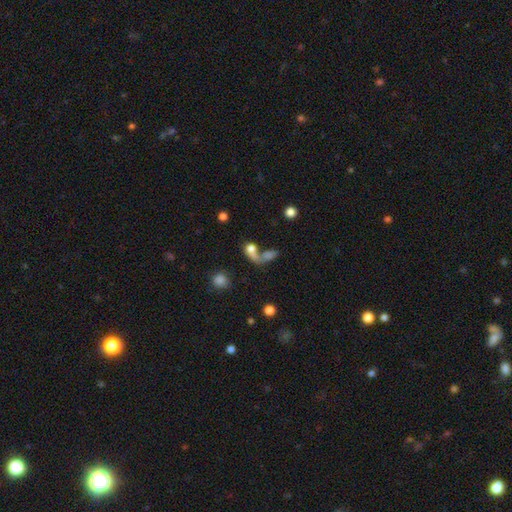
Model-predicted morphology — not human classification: smooth_or_featured: smooth (p=0.51) [alt: featured or disk p=0.26]
how_rounded: round (p=0.46) [alt: in between p=0.45]
merging: merger (p=0.42) [alt: none p=0.34]